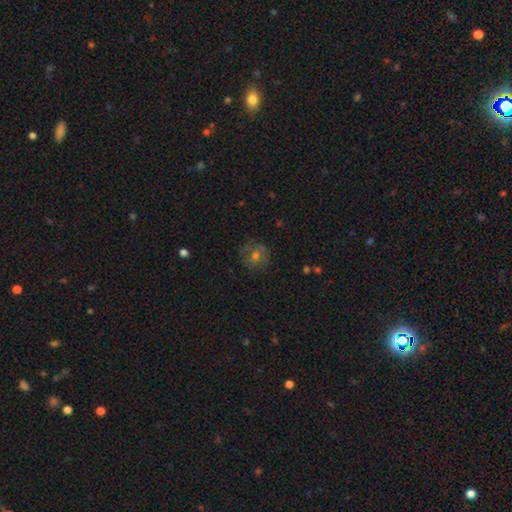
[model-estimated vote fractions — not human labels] A smooth galaxy with no disk features (49%).

Vote fractions:
- Smooth or featured? smooth: 49% / featured or disk: 31% / star or artifact: 20%
- Merging? none: 77% / minor disturbance: 15% / major disturbance: 6% / merger: 2%